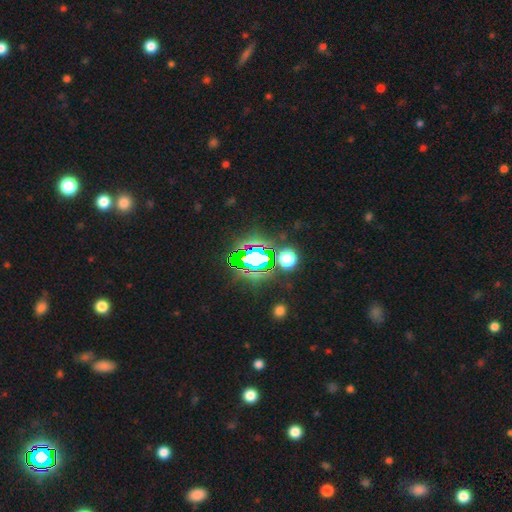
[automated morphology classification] A star or artifact, not a galaxy (77%).